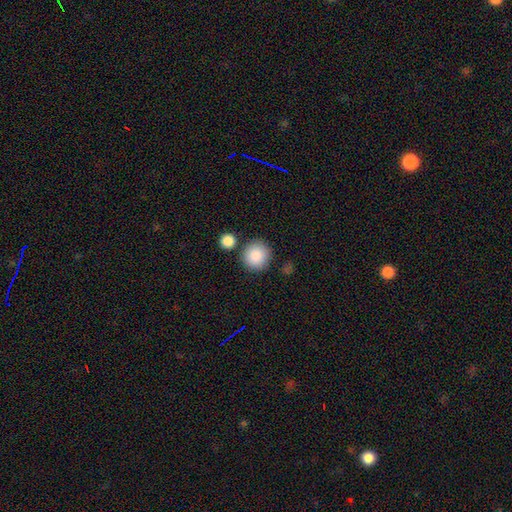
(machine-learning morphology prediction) Smooth or featured?
  - smooth: 89% *
  - star or artifact: 7%
  - featured or disk: 4%
How rounded?
  - round: 93% *
  - in between: 6%
  - cigar-shaped: 1%
Merging?
  - none: 81% *
  - minor disturbance: 8%
  - merger: 8%
  - major disturbance: 3%